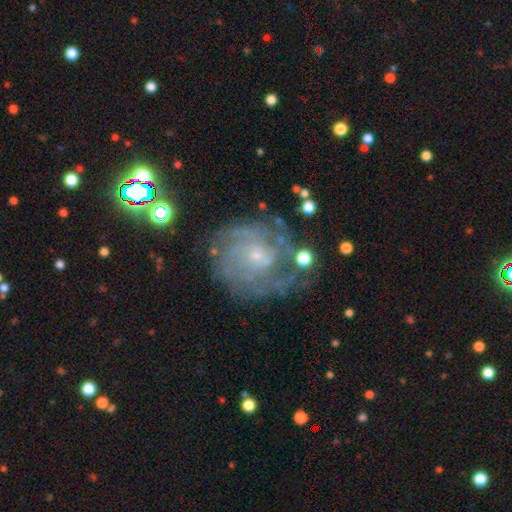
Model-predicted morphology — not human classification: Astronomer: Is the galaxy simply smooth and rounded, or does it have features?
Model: featured or disk — 83%.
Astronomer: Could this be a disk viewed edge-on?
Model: no — 98%.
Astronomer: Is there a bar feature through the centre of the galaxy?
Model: no — 69%.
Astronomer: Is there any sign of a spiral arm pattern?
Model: yes — 93%.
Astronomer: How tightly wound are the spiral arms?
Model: tight — 62%.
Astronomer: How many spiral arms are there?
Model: can't tell — 36% (runner-up: 3, 19%).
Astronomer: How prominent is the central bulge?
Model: small — 79%.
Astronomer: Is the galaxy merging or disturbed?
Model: none — 69%.